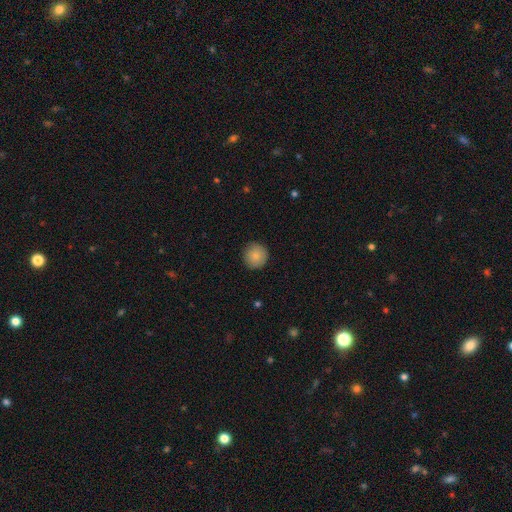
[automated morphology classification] Smooth or featured?
  - smooth: 85% *
  - star or artifact: 8%
  - featured or disk: 7%
How rounded?
  - round: 95% *
  - in between: 4%
  - cigar-shaped: 1%
Merging?
  - none: 91% *
  - minor disturbance: 6%
  - major disturbance: 2%
  - merger: 1%